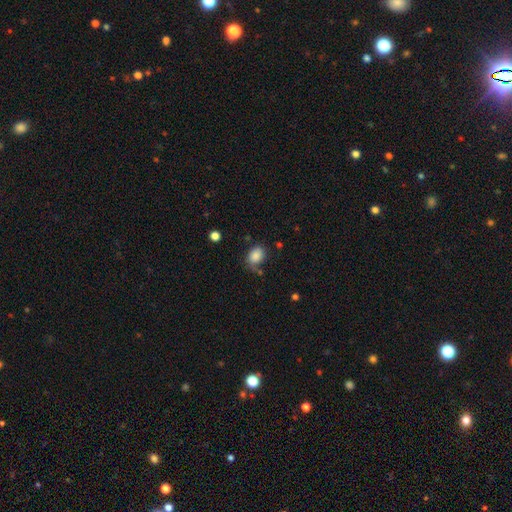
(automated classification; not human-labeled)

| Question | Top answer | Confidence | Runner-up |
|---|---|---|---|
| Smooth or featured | smooth | 86% | star or artifact (9%) |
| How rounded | in between | 70% | round (29%) |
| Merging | none | 67% | minor disturbance (21%) |